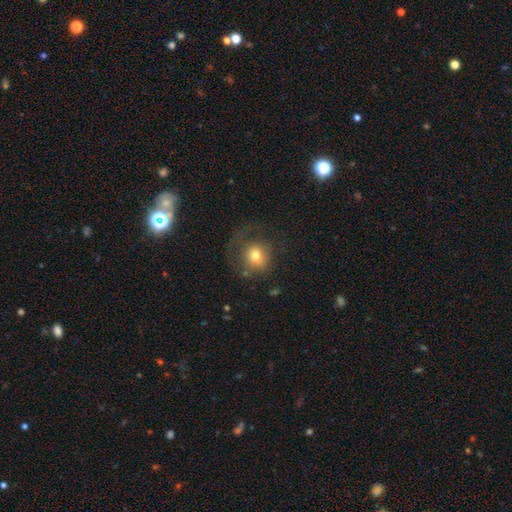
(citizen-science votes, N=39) Morphology: type=smooth (74%); roundness=round (93%); merging=none (46%).